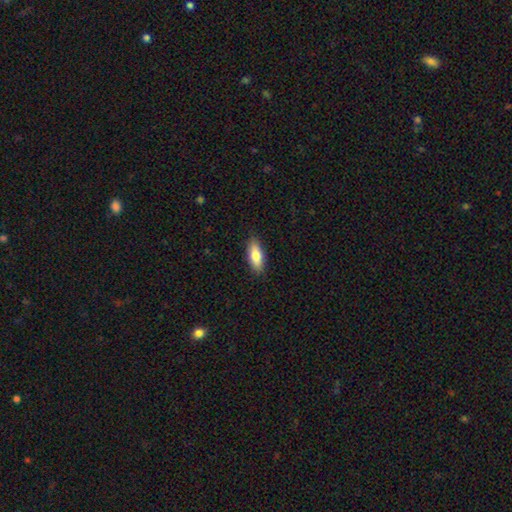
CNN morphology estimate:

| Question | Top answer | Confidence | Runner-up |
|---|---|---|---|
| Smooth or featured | smooth | 79% | featured or disk (15%) |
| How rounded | in between | 75% | cigar-shaped (22%) |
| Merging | none | 88% | minor disturbance (10%) |